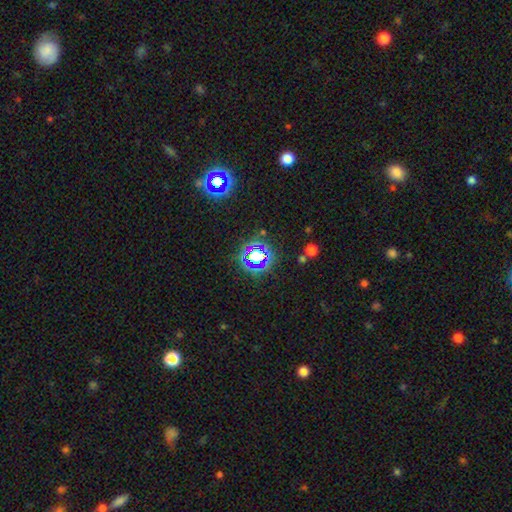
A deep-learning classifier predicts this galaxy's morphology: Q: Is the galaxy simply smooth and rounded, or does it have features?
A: star or artifact — 67%.